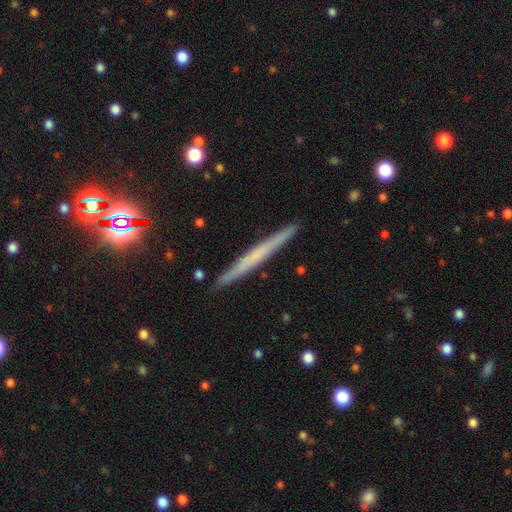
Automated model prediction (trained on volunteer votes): Smooth or featured?
  - featured or disk: 48% *
  - smooth: 42%
  - star or artifact: 10%
Merging?
  - none: 91% *
  - minor disturbance: 6%
  - major disturbance: 1%
  - merger: 1%